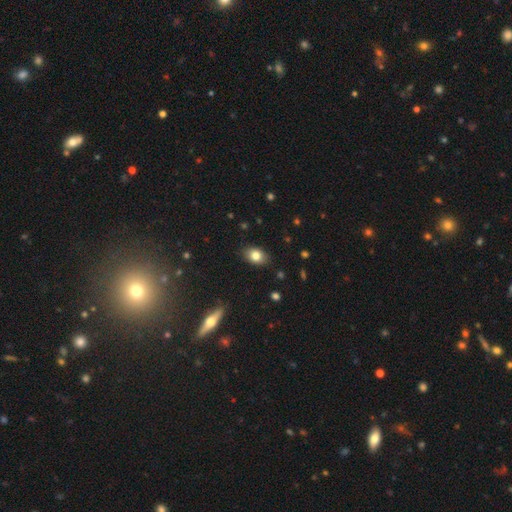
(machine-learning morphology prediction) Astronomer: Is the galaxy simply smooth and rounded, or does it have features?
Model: smooth — 82%.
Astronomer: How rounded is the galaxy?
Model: in between — 77%.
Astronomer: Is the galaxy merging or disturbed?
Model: none — 86%.